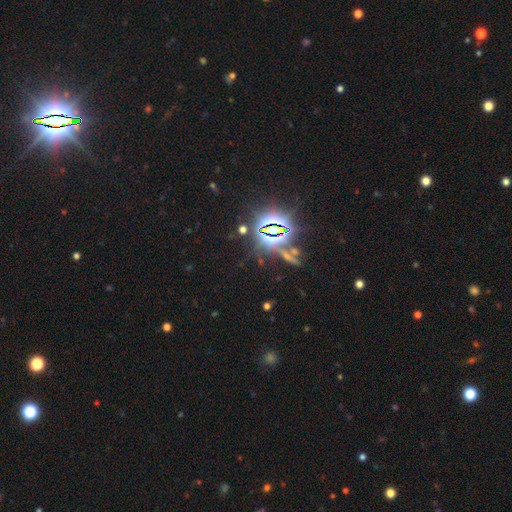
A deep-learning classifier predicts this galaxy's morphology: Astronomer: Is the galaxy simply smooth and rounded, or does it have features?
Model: star or artifact — 85%.